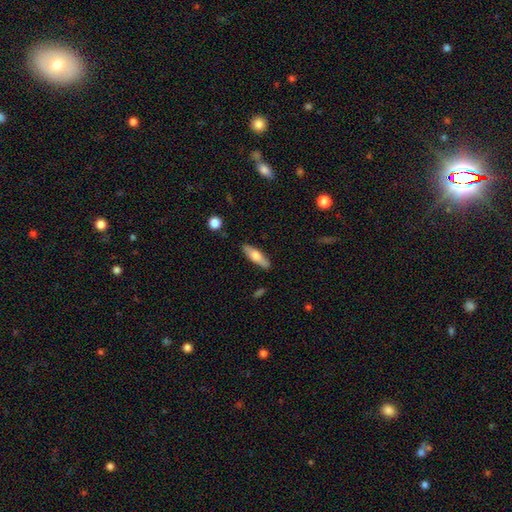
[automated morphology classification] A smooth galaxy with no disk features (63%) that is cigar-shaped (59%).

Vote fractions:
- Smooth or featured? smooth: 63% / featured or disk: 31% / star or artifact: 6%
- How rounded? cigar-shaped: 59% / in between: 39% / round: 2%
- Merging? none: 86% / minor disturbance: 10% / major disturbance: 2% / merger: 2%